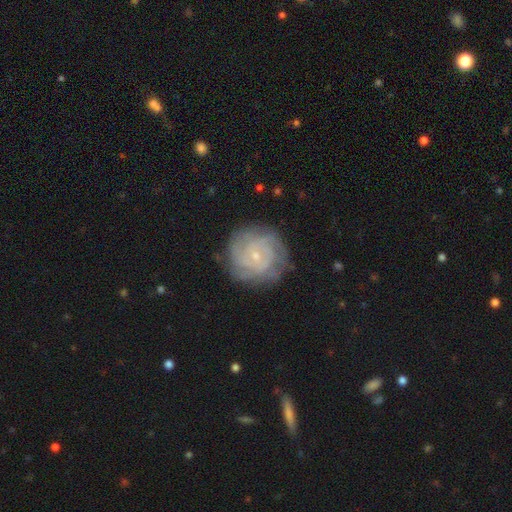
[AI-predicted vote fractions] Smooth or featured? Predicted: featured or disk (p=0.79). Edge-on disk? Predicted: no (p=0.98). Bar? Predicted: no (p=0.67). Spiral arms? Predicted: yes (p=0.94). Spiral winding? Predicted: tight (p=0.74). Spiral arm count? Predicted: can't tell (p=0.34). Bulge size? Predicted: small (p=0.81). Merging? Predicted: none (p=0.80).